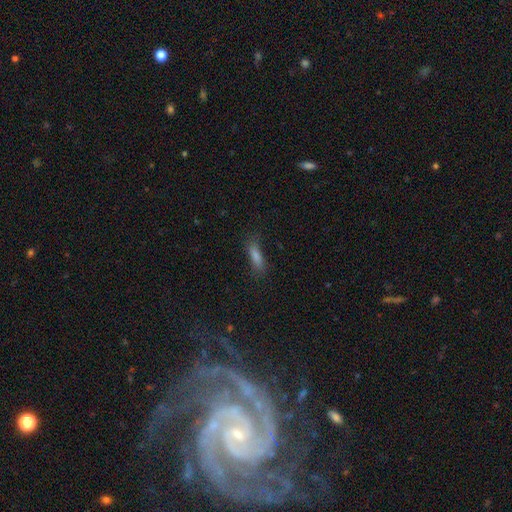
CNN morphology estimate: Smooth or featured? Predicted: smooth (p=0.70). How rounded? Predicted: cigar-shaped (p=0.58). Merging? Predicted: none (p=0.71).